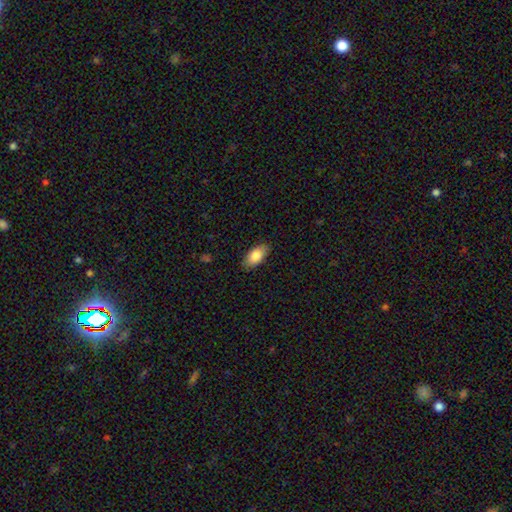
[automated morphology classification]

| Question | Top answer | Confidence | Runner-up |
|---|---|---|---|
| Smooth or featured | smooth | 83% | featured or disk (11%) |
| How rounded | in between | 92% | cigar-shaped (5%) |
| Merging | none | 86% | minor disturbance (11%) |